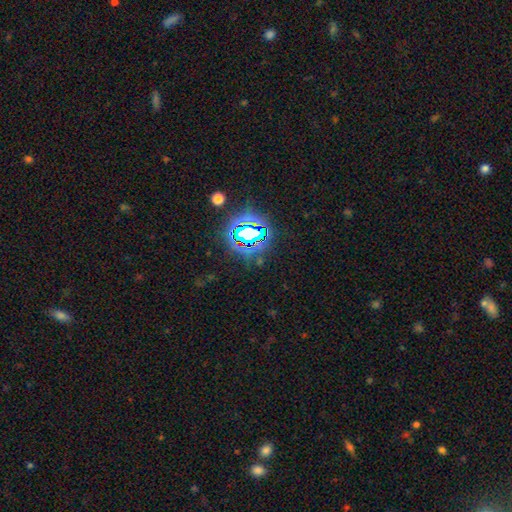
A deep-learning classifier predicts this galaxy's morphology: This appears to be a star or artifact, not a galaxy (80%).